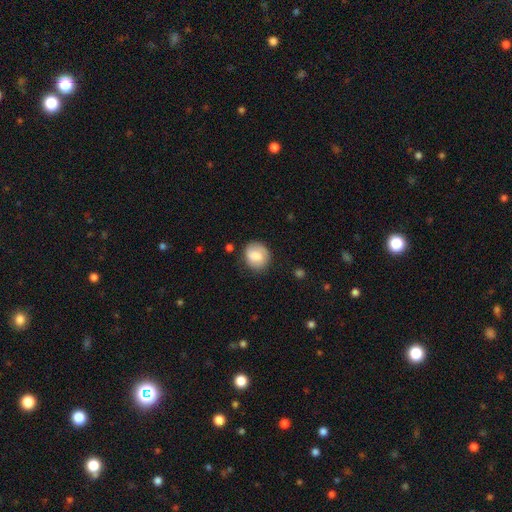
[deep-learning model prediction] Smooth or featured? Predicted: smooth (p=0.77). How rounded? Predicted: round (p=0.76). Merging? Predicted: none (p=0.74).